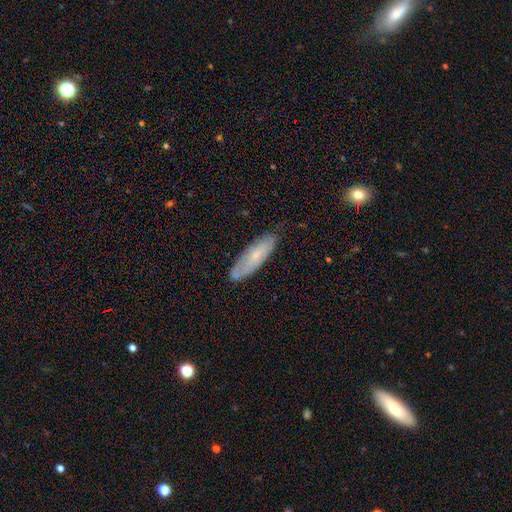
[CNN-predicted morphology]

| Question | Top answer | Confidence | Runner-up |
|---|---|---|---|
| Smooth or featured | smooth | 58% | featured or disk (35%) |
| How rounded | cigar-shaped | 51% | in between (47%) |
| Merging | none | 72% | minor disturbance (22%) |